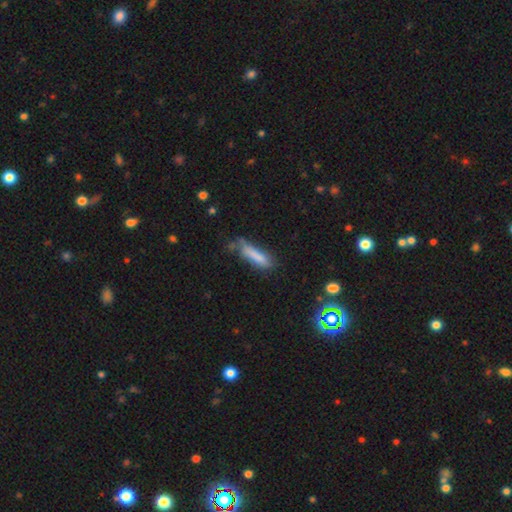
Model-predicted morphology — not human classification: Smooth or featured? smooth (77%)
How rounded? cigar-shaped (72%)
Merging? none (49%)